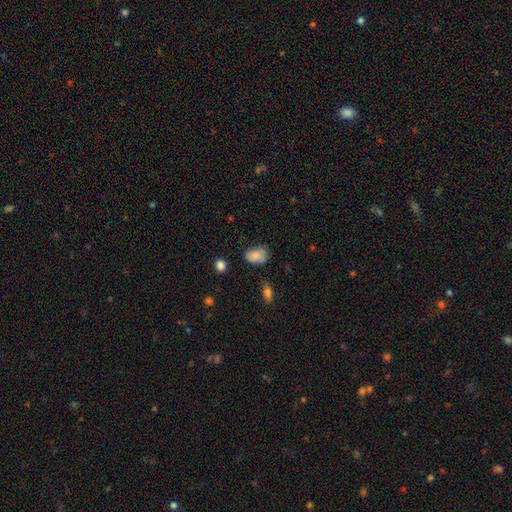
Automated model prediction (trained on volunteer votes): Overall: smooth (82%). How rounded: in between (82%). Merging: none (54%; minor disturbance 33%).